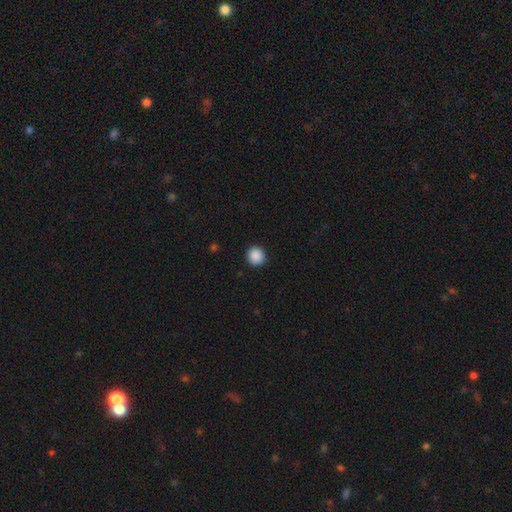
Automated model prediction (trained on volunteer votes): The model was most divided on "smooth or featured": smooth: 89%, star or artifact: 8%, featured or disk: 2%. More confident: merging — none (92%); how rounded — round (91%).